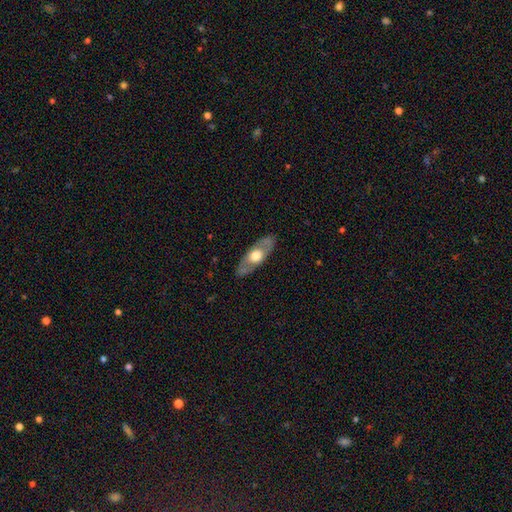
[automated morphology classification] smooth-or-featured: featured or disk: 53% | smooth: 43% | star or artifact: 5%
  disk-edge-on: no: 66% | yes: 34%
  merging: none: 84% | minor disturbance: 12% | major disturbance: 3% | merger: 1%